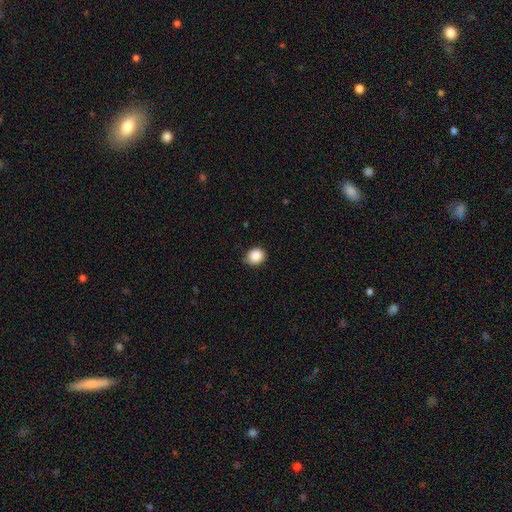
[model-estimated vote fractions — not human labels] A smooth galaxy with no disk features (88%) that is round (77%). Merging: none (73%).